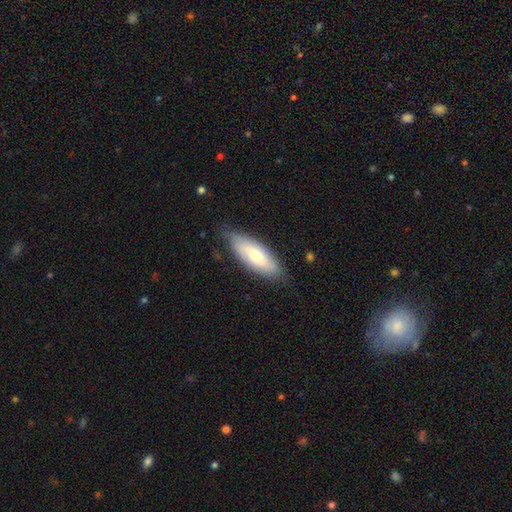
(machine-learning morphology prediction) A smooth galaxy with no disk features (61%) that is in between round and cigar-shaped (70%). Merging: none (71%).